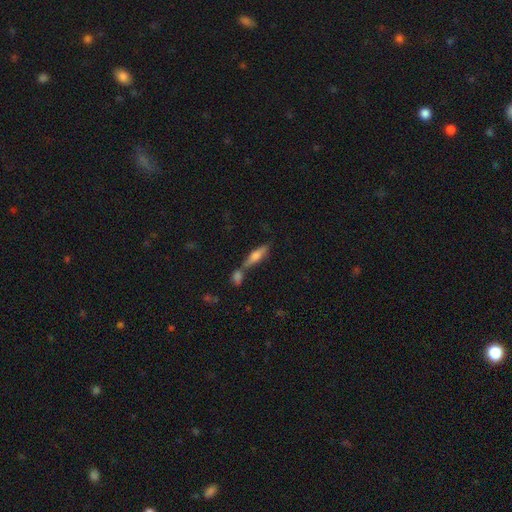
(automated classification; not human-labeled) A smooth galaxy with no disk features (52%) that is cigar-shaped (64%).

Vote fractions:
- Smooth or featured? smooth: 52% / featured or disk: 40% / star or artifact: 8%
- How rounded? cigar-shaped: 64% / in between: 33% / round: 3%
- Merging? none: 48% / merger: 37% / minor disturbance: 11% / major disturbance: 4%